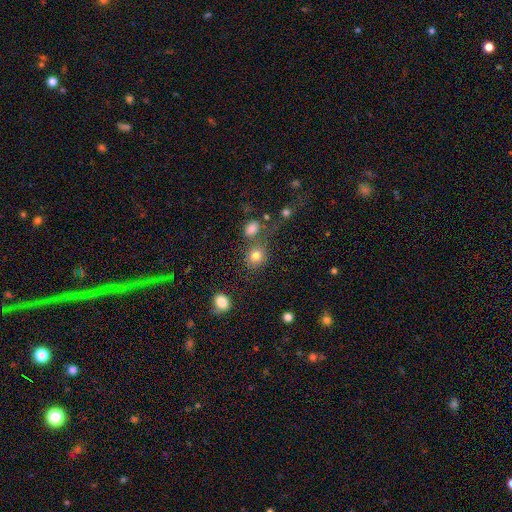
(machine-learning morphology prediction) A smooth galaxy with no disk features (81%) that is round (75%). Merging: none (60%).